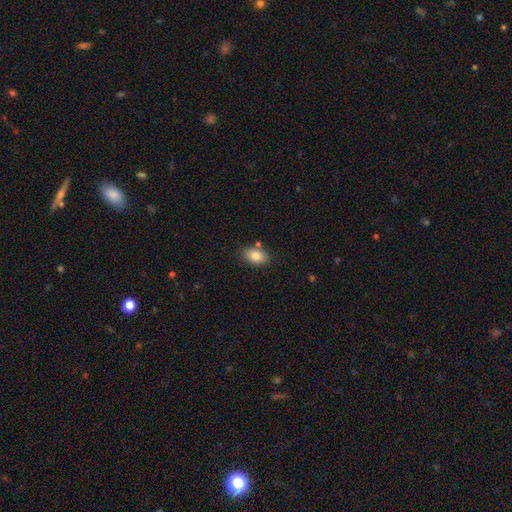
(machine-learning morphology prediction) This is clearly a smooth galaxy (83%). How rounded: clearly in between (86%). Merging: likely none (79%).